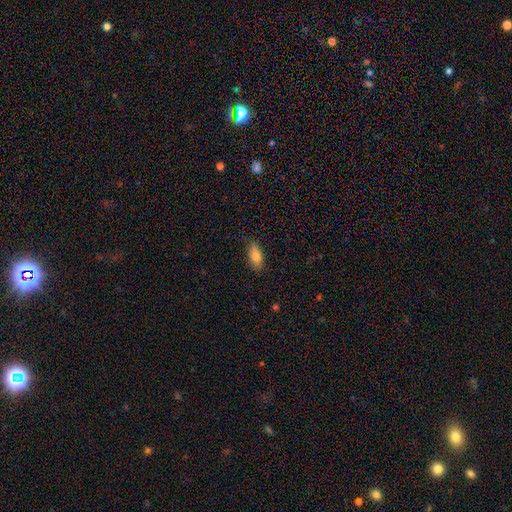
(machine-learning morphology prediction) smooth_or_featured: smooth (p=0.81) [alt: featured or disk p=0.12]
how_rounded: in between (p=0.84) [alt: cigar-shaped p=0.13]
merging: none (p=0.81) [alt: minor disturbance p=0.15]